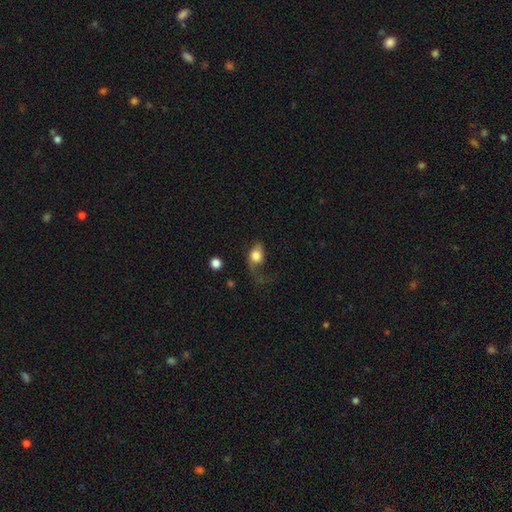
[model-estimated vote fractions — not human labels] This is likely a smooth galaxy (72%). How rounded: likely in between (63%). Merging: possibly major disturbance (48%).